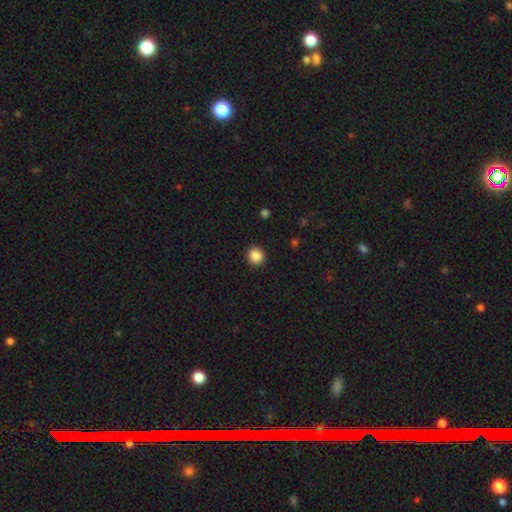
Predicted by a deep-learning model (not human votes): Overall: smooth (87%). How rounded: round (92%). Merging: none (92%).